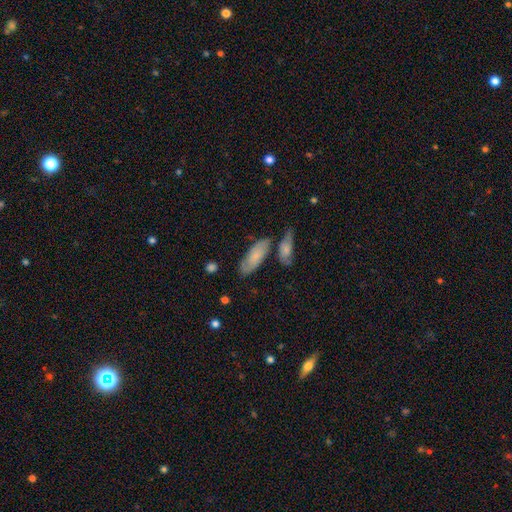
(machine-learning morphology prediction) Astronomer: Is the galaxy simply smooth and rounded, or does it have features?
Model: smooth — 58% (runner-up: featured or disk, 35%).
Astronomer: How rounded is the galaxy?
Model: in between — 73%.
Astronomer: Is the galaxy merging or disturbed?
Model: none — 59%.